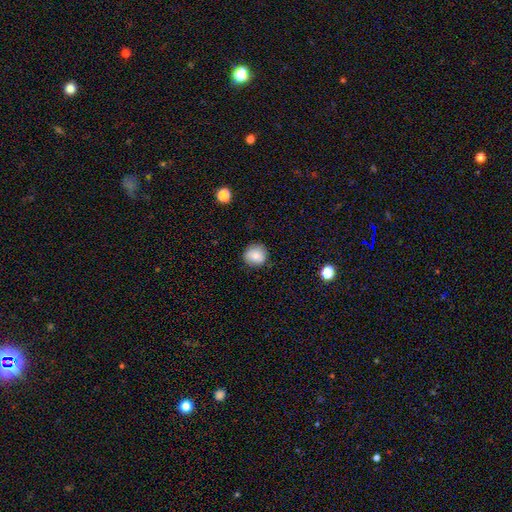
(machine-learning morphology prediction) This is likely a smooth galaxy (79%). How rounded: clearly round (91%). Merging: clearly none (85%).